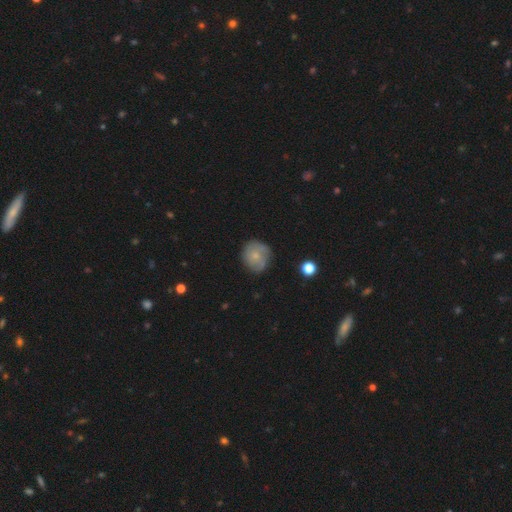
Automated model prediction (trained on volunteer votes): A smooth galaxy with no disk features (52%) that is round (82%). Merging: none (71%).